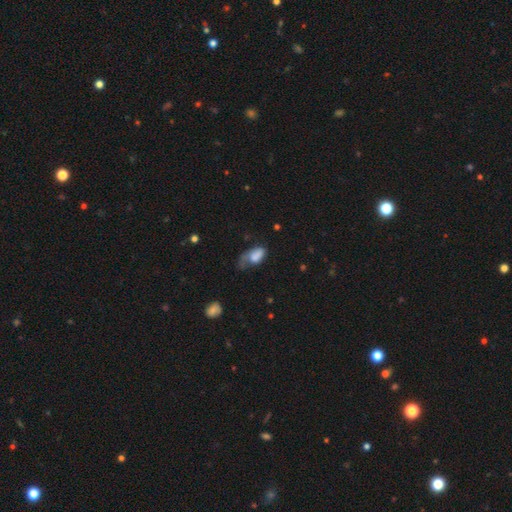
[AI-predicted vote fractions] Smooth or featured? Predicted: smooth (p=0.71). How rounded? Predicted: in between (p=0.91). Merging? Predicted: major disturbance (p=0.46).